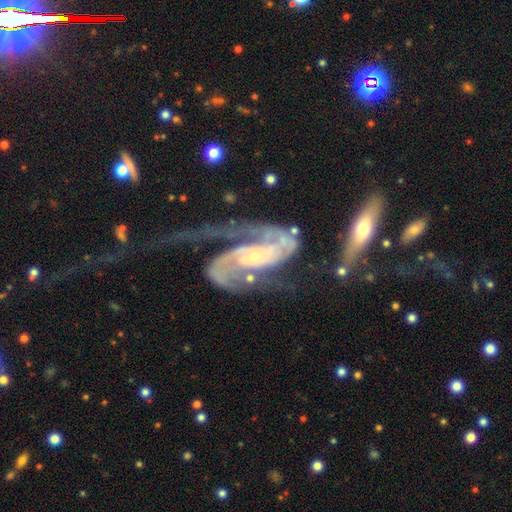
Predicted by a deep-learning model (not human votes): This is clearly a featured or disk galaxy (92%). It is clearly not viewed edge-on (96%). Bar: possibly no (47%). Spiral arm pattern: clearly yes (97%). Spiral arm count: clearly 2 (83%). Spiral winding: possibly medium (45%). Central bulge: likely small (72%). Merging: marginally major disturbance (41%).